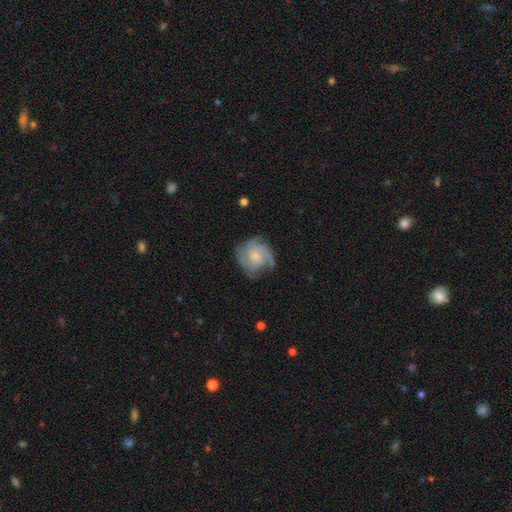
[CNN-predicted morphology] smooth_or_featured: featured or disk (p=0.75) [alt: smooth p=0.19]
disk_edge_on: no (p=0.98) [alt: yes p=0.02]
bar: no (p=0.67) [alt: weak p=0.29]
has_spiral_arms: yes (p=0.93) [alt: no p=0.07]
spiral_winding: tight (p=0.46) [alt: medium p=0.40]
spiral_arm_count: 3 (p=0.30) [alt: can't tell p=0.27]
bulge_size: moderate (p=0.40) [alt: small p=0.34]
merging: none (p=0.69) [alt: minor disturbance p=0.20]